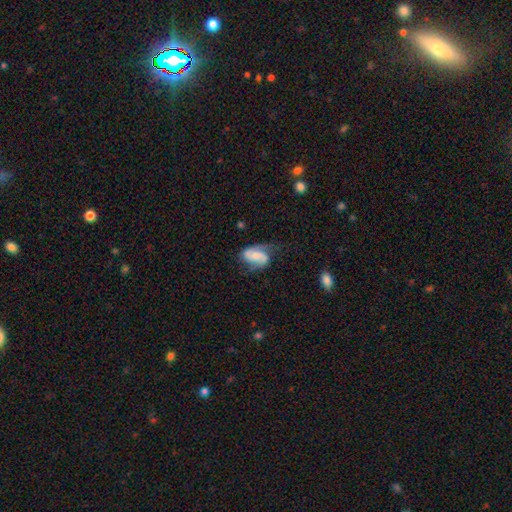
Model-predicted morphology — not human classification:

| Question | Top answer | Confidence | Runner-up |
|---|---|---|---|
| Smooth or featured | featured or disk | 71% | smooth (22%) |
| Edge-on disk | no | 97% | yes (3%) |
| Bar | weak | 42% | no (37%) |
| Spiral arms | yes | 93% | no (7%) |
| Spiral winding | medium | 41% | tied: loose (41%) |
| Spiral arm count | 2 | 84% | 1 (7%) |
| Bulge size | small | 38% | moderate (33%) |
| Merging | none | 55% | minor disturbance (26%) |